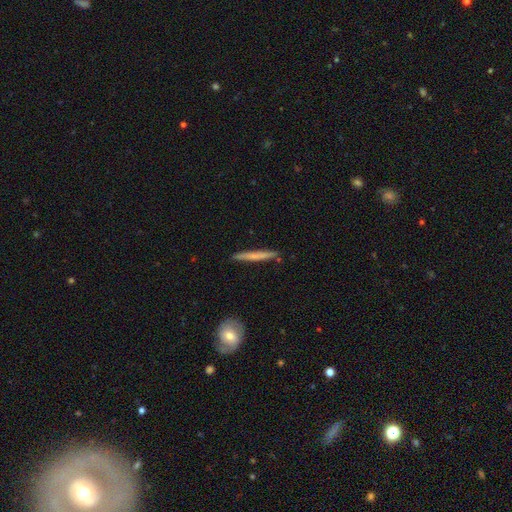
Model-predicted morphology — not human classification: Overall: smooth (57%; featured or disk 38%). How rounded: cigar-shaped (96%). Merging: none (89%).